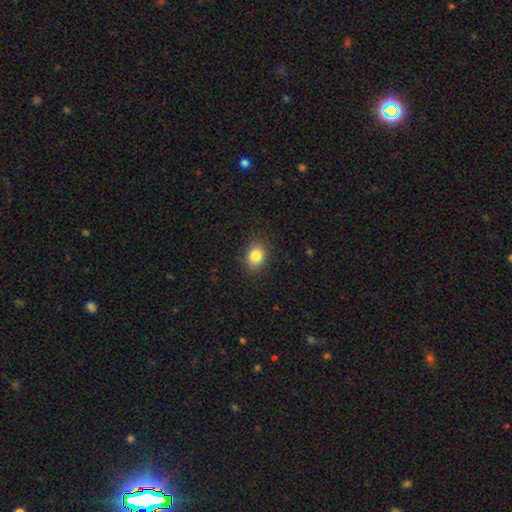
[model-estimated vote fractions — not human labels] This is clearly a smooth galaxy (84%). How rounded: possibly in between (58%). Merging: clearly none (87%).